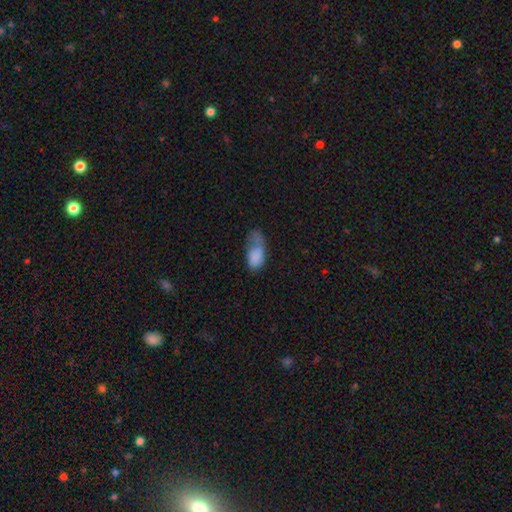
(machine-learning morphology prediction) A smooth galaxy with no disk features (78%) that is in between round and cigar-shaped (90%). Merging: major disturbance (36%).